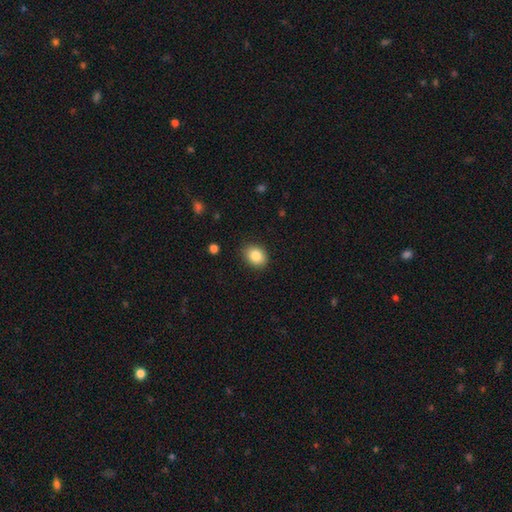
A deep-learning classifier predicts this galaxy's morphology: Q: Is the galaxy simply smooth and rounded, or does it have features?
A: smooth — 85%.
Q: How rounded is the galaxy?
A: in between — 58%.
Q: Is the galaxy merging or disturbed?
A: none — 87%.